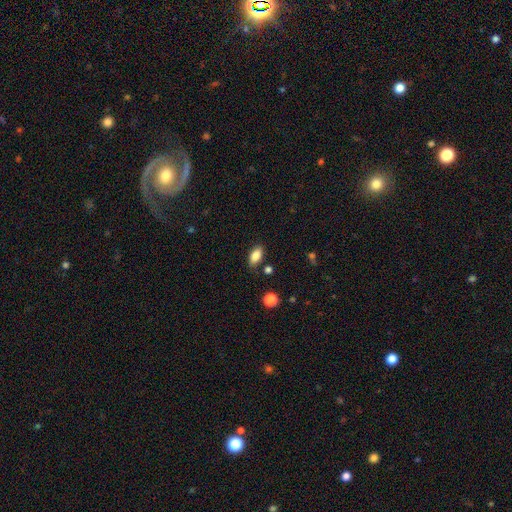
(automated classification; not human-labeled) Smooth or featured? Predicted: smooth (p=0.85). How rounded? Predicted: in between (p=0.89). Merging? Predicted: none (p=0.82).